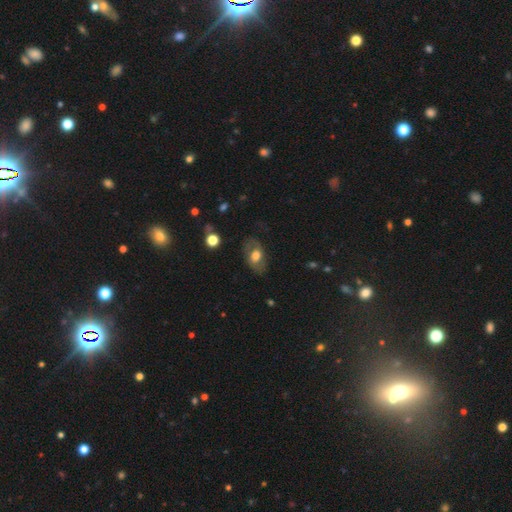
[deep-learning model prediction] Morphology: type=smooth (54%); roundness=in between (84%); merging=none (71%).